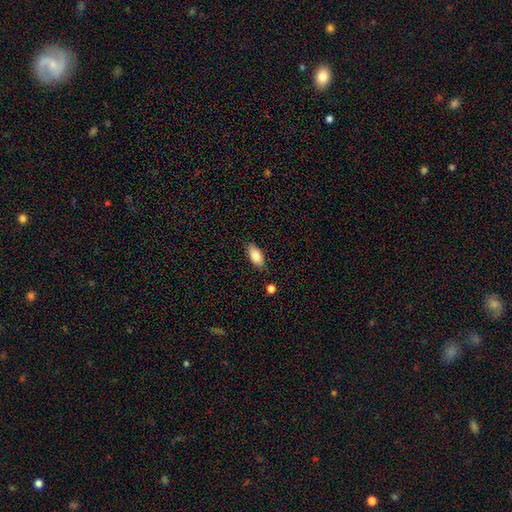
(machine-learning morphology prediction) A smooth galaxy with no disk features (83%) that is in between round and cigar-shaped (87%).

Vote fractions:
- Smooth or featured? smooth: 83% / featured or disk: 10% / star or artifact: 7%
- How rounded? in between: 87% / cigar-shaped: 9% / round: 3%
- Merging? none: 82% / minor disturbance: 13% / major disturbance: 3% / merger: 2%